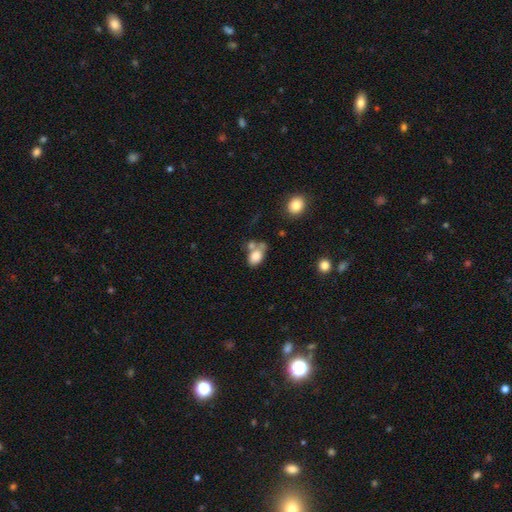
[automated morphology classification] This appears to be a smooth galaxy with no disk features (79%) that is in between round and cigar-shaped (83%). Merging: merger (37%).